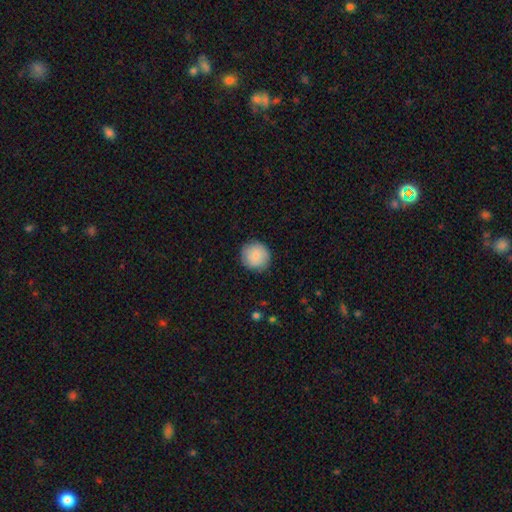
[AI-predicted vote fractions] The model was most divided on "smooth or featured": smooth: 86%, featured or disk: 8%, star or artifact: 6%. More confident: how rounded — round (93%); merging — none (87%).